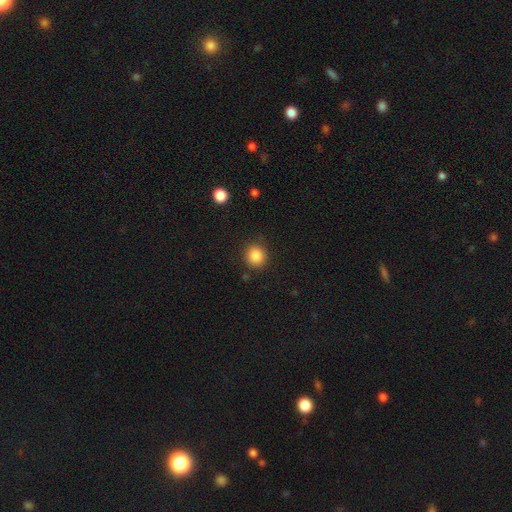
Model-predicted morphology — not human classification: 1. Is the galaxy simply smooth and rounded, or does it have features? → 86% smooth, 10% star or artifact, 4% featured or disk.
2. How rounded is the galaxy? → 87% round, 12% in between, 1% cigar-shaped.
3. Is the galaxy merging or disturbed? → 88% none, 8% minor disturbance, 3% major disturbance, 2% merger.